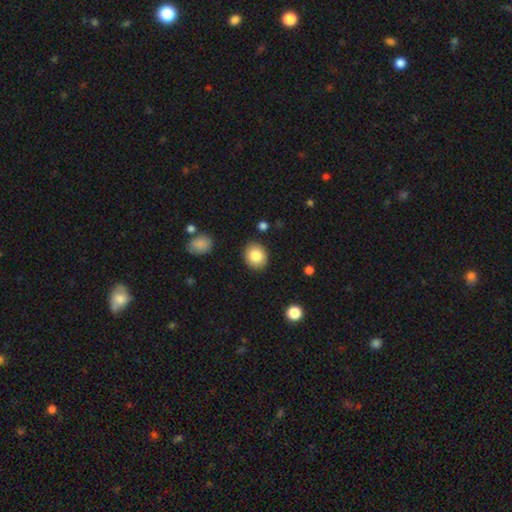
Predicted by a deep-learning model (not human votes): The model was most divided on "how rounded": round: 62%, in between: 37%, cigar-shaped: 1%. More confident: merging — none (86%); smooth or featured — smooth (85%).